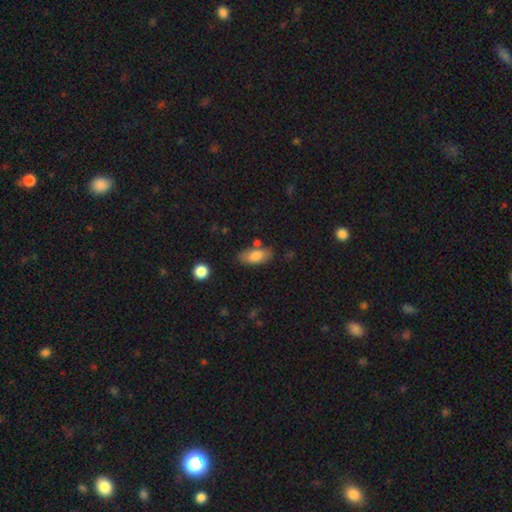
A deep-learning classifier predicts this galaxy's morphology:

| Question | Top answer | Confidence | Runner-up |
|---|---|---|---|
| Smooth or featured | smooth | 80% | featured or disk (14%) |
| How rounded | in between | 86% | cigar-shaped (11%) |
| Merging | none | 71% | minor disturbance (17%) |